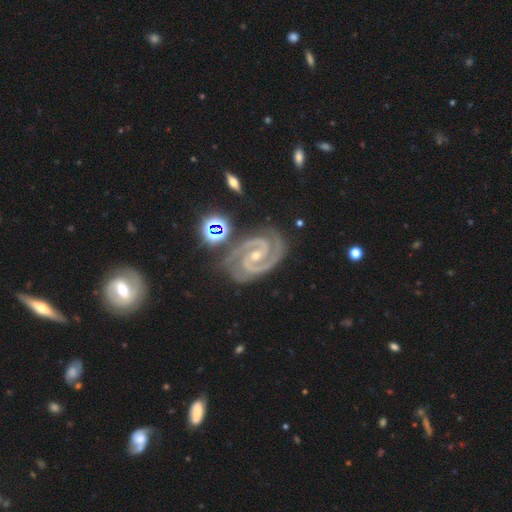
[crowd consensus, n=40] Overall: featured or disk (98%). Edge-on disk: no (97%). Bar: no (47%; weak 34%). Spiral arms: yes (97%). Spiral arm count: 2 (92%). Spiral winding: tight (54%; medium 46%). Bulge size: moderate (55%; small 45%). Merging: none (64%; minor disturbance 31%).